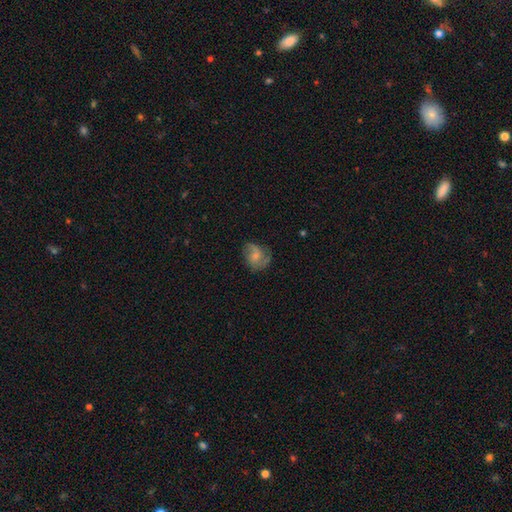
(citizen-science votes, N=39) A featured or disk galaxy (54%) with no bar (71%), 2 (73%) loose (60%) spiral arms (71%) and a small central bulge (62%). Merging: none (42%).